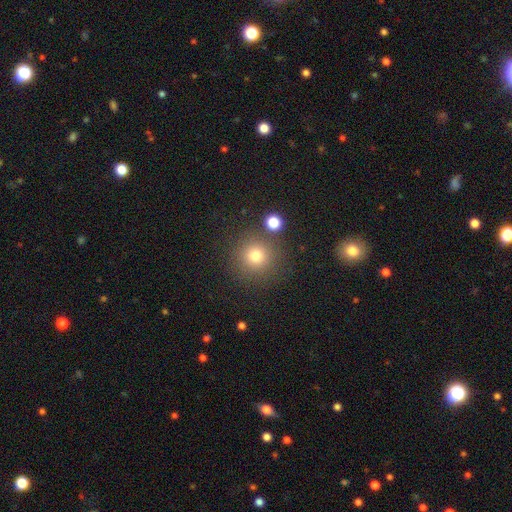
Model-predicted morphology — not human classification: This appears to be a smooth galaxy with no disk features (77%) that is round (94%). Merging: none (83%).